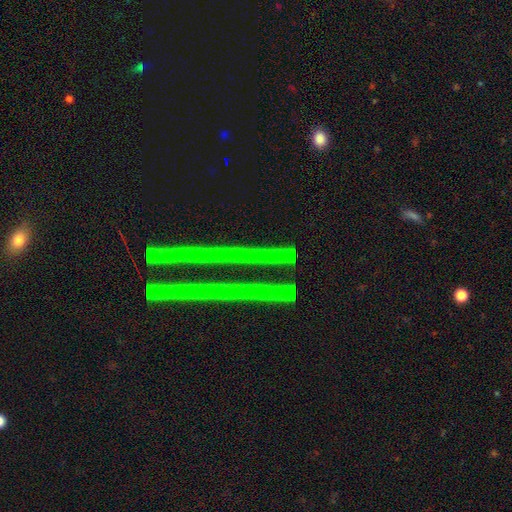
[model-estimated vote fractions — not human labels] This appears to be a star or artifact, not a galaxy (61%).